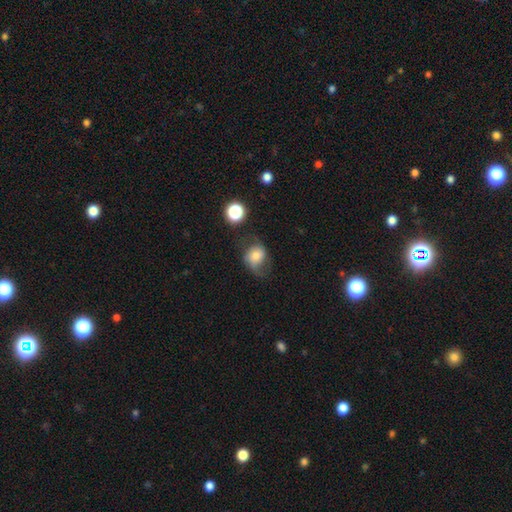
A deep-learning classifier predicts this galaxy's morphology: This is possibly a smooth galaxy (54%). How rounded: possibly round (51%). Merging: marginally none (43%).